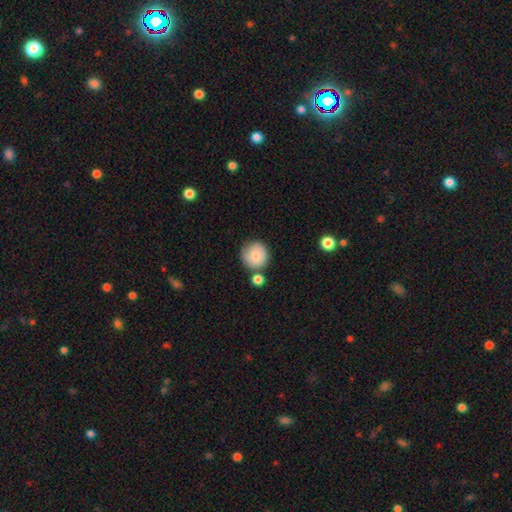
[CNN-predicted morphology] type=smooth (80%); roundness=round (94%); merging=none (70%).